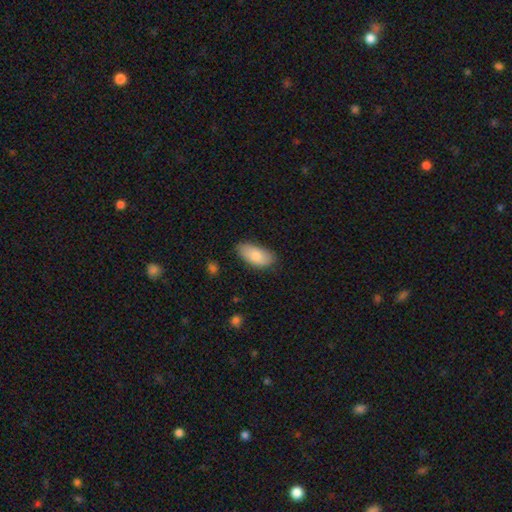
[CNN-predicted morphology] Overall: smooth (81%). How rounded: in between (93%). Merging: none (75%).